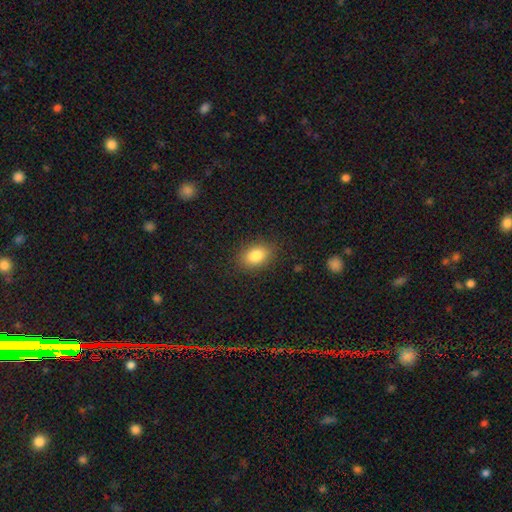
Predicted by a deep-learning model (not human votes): A smooth galaxy with no disk features (84%) that is in between round and cigar-shaped (83%). Merging: none (86%).